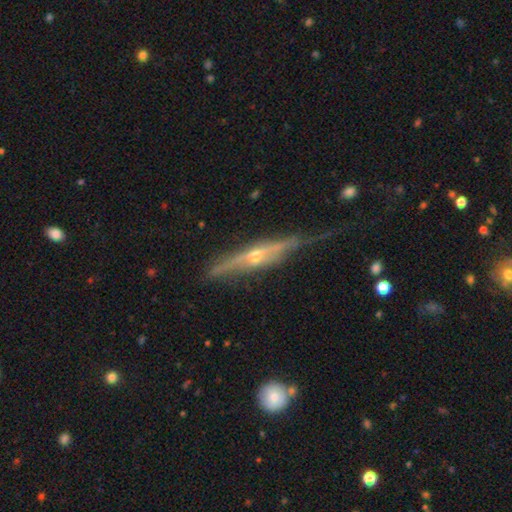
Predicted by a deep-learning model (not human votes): This appears to be a featured or disk galaxy (79%) viewed edge-on (93%) with a rounded central bulge (88%). Merging: none (64%).